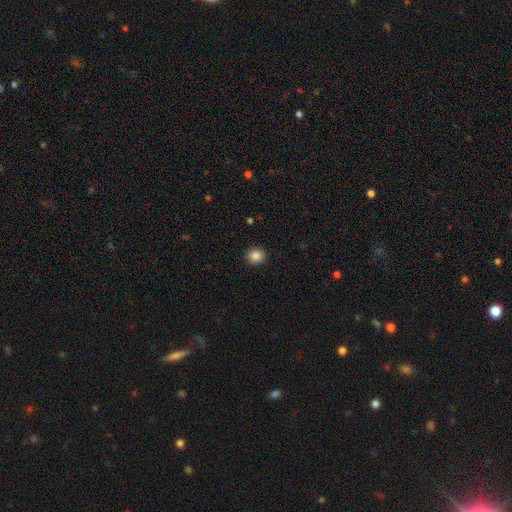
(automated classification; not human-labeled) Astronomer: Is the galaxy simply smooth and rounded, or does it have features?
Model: smooth — 86%.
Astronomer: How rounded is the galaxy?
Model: round — 83%.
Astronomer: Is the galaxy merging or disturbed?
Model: none — 91%.